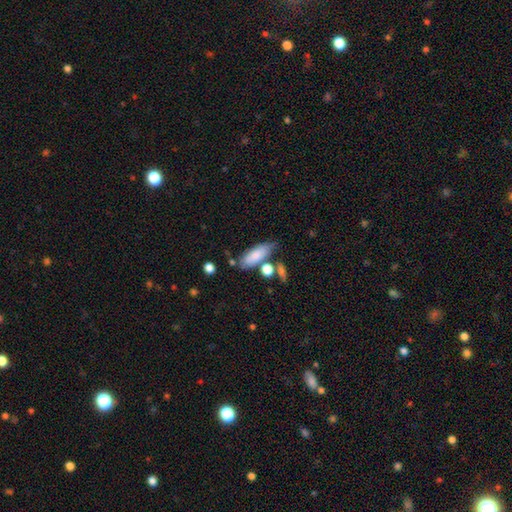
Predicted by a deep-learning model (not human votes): This appears to be a smooth galaxy with no disk features (80%) that is in between round and cigar-shaped (74%). Merging: none (61%).